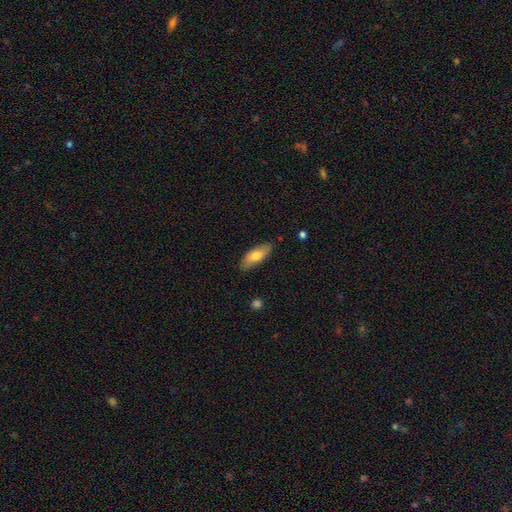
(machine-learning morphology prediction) Smooth or featured? Predicted: smooth (p=0.73). How rounded? Predicted: in between (p=0.73). Merging? Predicted: none (p=0.83).